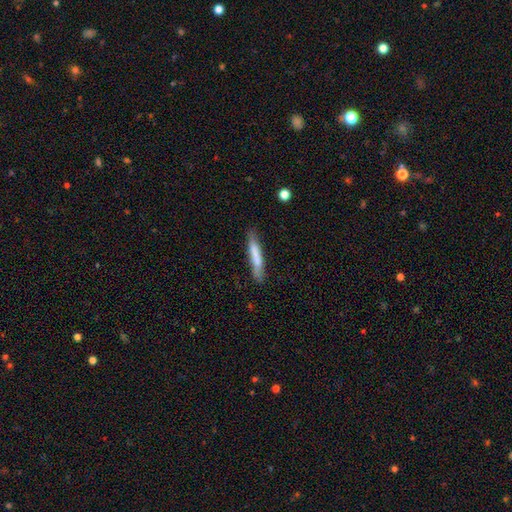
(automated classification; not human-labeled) A smooth galaxy with no disk features (73%) that is cigar-shaped (91%). Merging: none (76%).